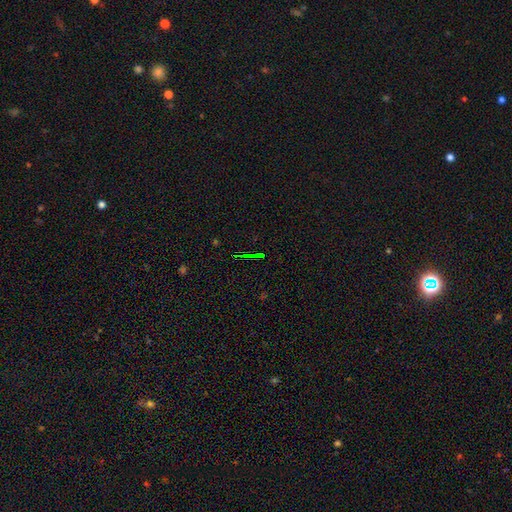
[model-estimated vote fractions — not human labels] A star or artifact, not a galaxy (73%).